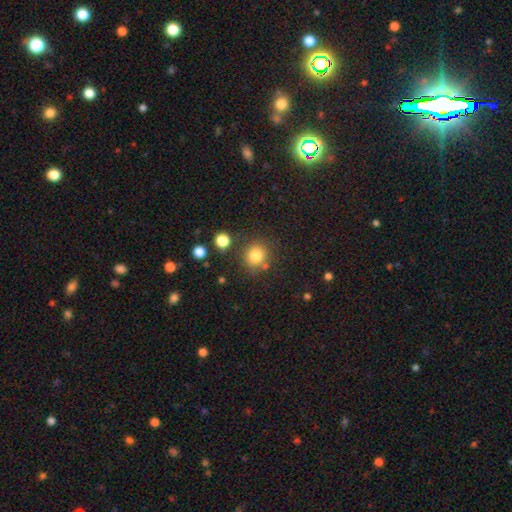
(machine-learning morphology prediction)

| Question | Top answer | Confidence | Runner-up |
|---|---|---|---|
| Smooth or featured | smooth | 81% | star or artifact (13%) |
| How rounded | round | 85% | in between (14%) |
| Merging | none | 79% | minor disturbance (10%) |